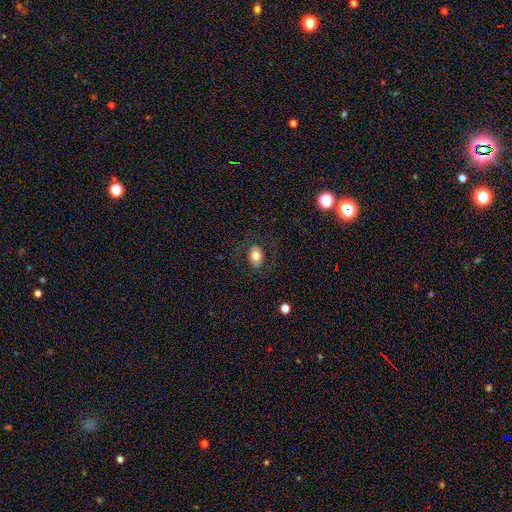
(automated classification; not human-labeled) Morphology: type=smooth (72%); roundness=in between (82%); merging=none (80%).